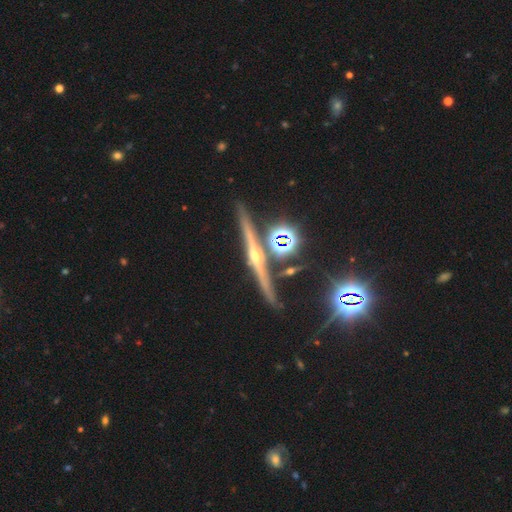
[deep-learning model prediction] This appears to be a featured or disk galaxy (78%) viewed edge-on (97%) with a rounded central bulge (87%). Merging: none (84%).